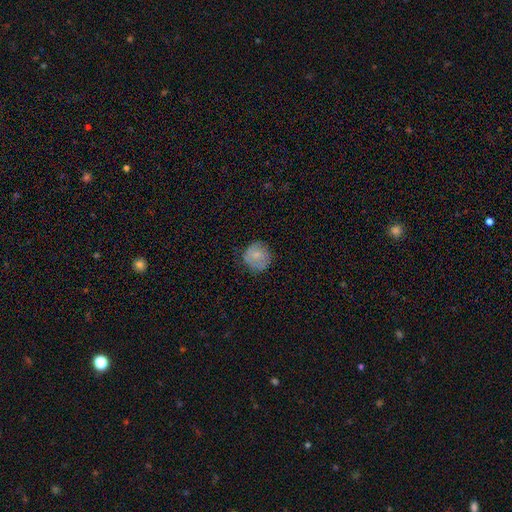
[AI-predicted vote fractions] smooth-or-featured: smooth: 69% | featured or disk: 24% | star or artifact: 8%
  how-rounded: round: 86% | in between: 13% | cigar-shaped: 1%
  merging: none: 69% | minor disturbance: 22% | major disturbance: 7% | merger: 1%